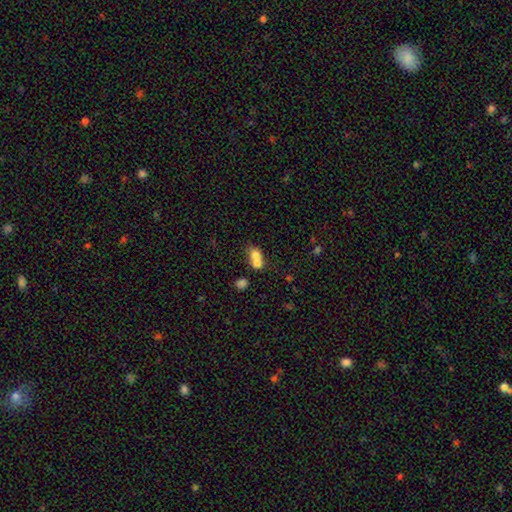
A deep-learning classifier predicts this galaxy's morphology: Q: Smooth or featured?
A: smooth (70%); runner-up: featured or disk (19%)
Q: How rounded?
A: in between (53%); runner-up: round (45%)
Q: Merging?
A: merger (73%); runner-up: none (18%)